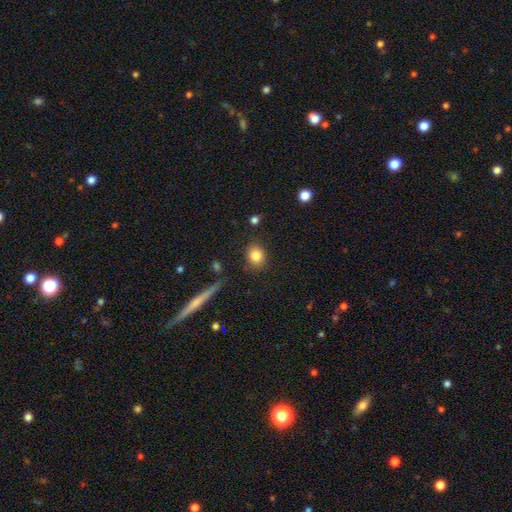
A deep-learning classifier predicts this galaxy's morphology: Smooth or featured? Predicted: smooth (p=0.84). How rounded? Predicted: round (p=0.66). Merging? Predicted: none (p=0.83).